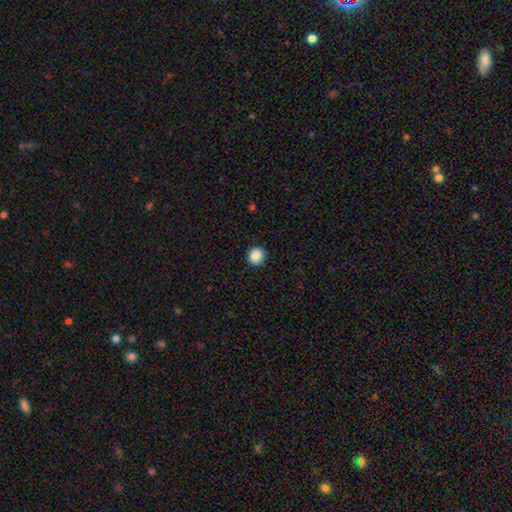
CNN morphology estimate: Smooth or featured? smooth (87%)
How rounded? round (88%)
Merging? none (88%)